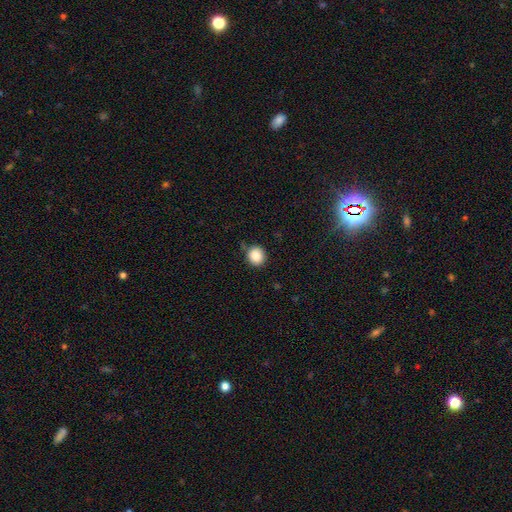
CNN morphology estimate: This is clearly a smooth galaxy (85%). How rounded: clearly round (85%). Merging: clearly none (82%).